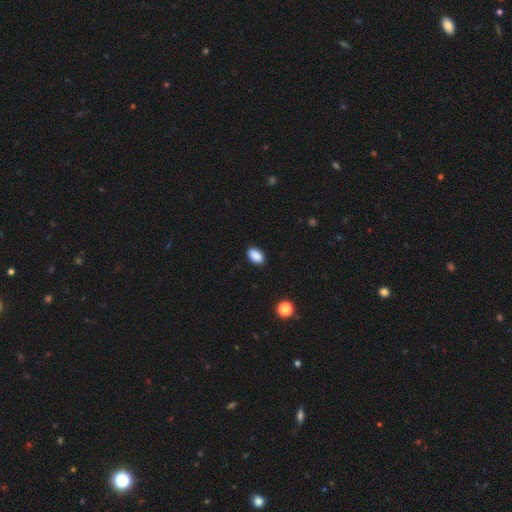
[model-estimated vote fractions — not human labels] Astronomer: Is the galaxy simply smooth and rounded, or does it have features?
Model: smooth — 89%.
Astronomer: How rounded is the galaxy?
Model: in between — 91%.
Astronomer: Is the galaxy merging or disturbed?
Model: none — 88%.